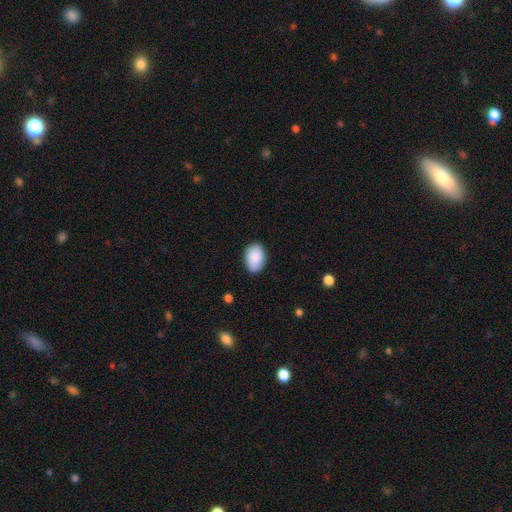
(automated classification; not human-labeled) Smooth or featured?
  - smooth: 90% *
  - star or artifact: 6%
  - featured or disk: 4%
How rounded?
  - in between: 89% *
  - round: 10%
  - cigar-shaped: 1%
Merging?
  - none: 87% *
  - minor disturbance: 10%
  - major disturbance: 2%
  - merger: 1%